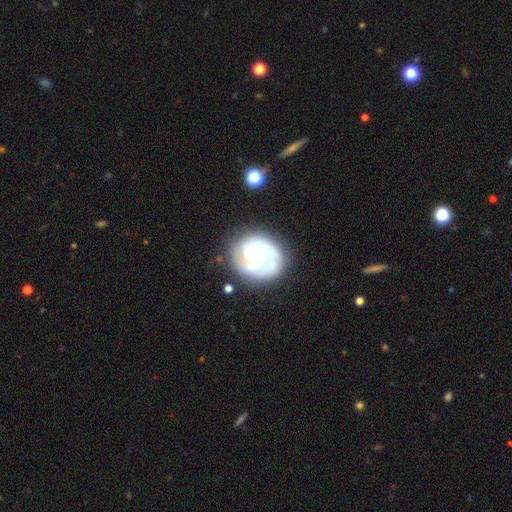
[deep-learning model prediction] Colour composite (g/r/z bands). It shows a featured or disk galaxy (70%) with no bar (69%), tight (52%) spiral arms (78%) and a moderate central bulge (49%). Merging: none (67%).